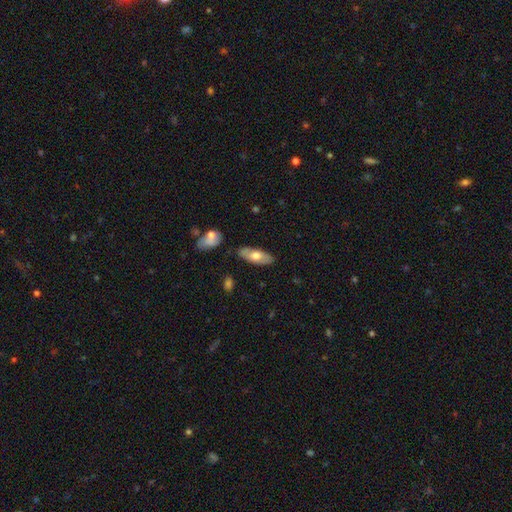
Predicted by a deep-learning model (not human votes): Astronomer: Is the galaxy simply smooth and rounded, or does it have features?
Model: smooth — 60%.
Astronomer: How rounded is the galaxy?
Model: in between — 80%.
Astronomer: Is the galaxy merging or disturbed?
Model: none — 83%.